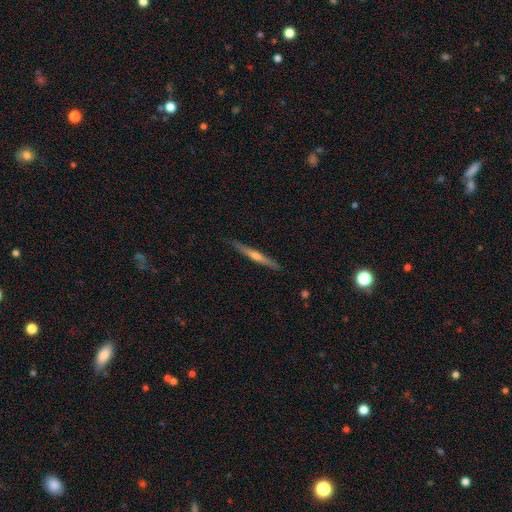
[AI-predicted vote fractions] Q: Smooth or featured?
A: featured or disk (71%); runner-up: smooth (23%)
Q: Edge-on disk?
A: yes (98%); runner-up: no (2%)
Q: Edge-on bulge?
A: rounded (78%); runner-up: none (18%)
Q: Merging?
A: none (90%); runner-up: minor disturbance (7%)